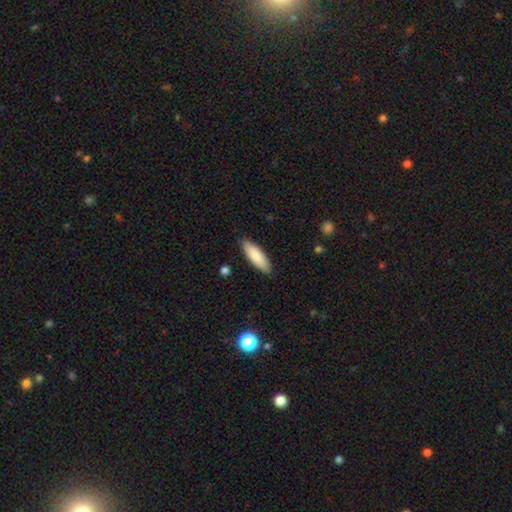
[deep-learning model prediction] Smooth or featured? Predicted: smooth (p=0.86). How rounded? Predicted: in between (p=0.51). Merging? Predicted: none (p=0.88).